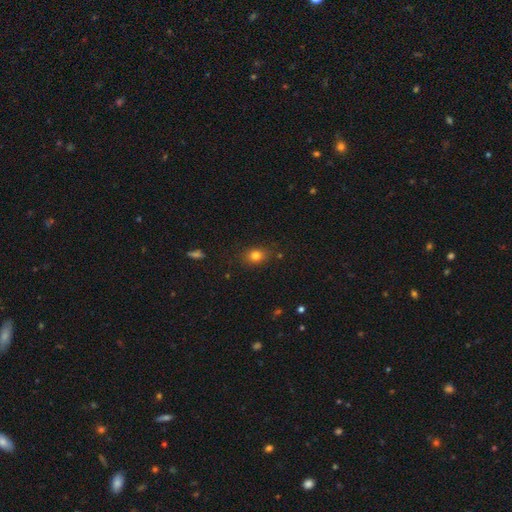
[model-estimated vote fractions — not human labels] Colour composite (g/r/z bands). It shows a smooth galaxy with no disk features (79%) that is round (49%, tied with in between). Merging: none (83%).